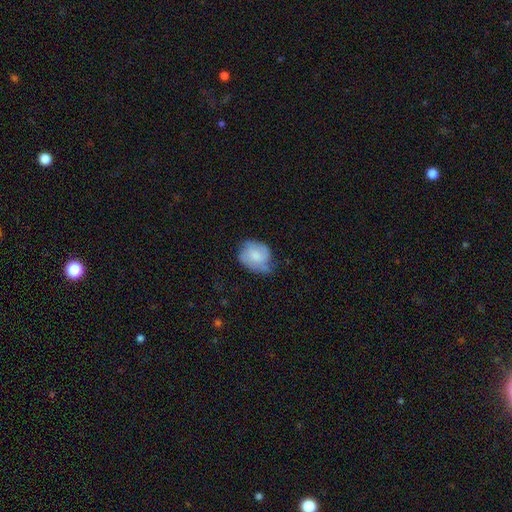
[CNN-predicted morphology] A smooth galaxy with no disk features (54%) that is round (52%).

Vote fractions:
- Smooth or featured? smooth: 54% / featured or disk: 38% / star or artifact: 7%
- How rounded? round: 52% / in between: 47% / cigar-shaped: 1%
- Merging? none: 42% / minor disturbance: 39% / major disturbance: 17% / merger: 2%